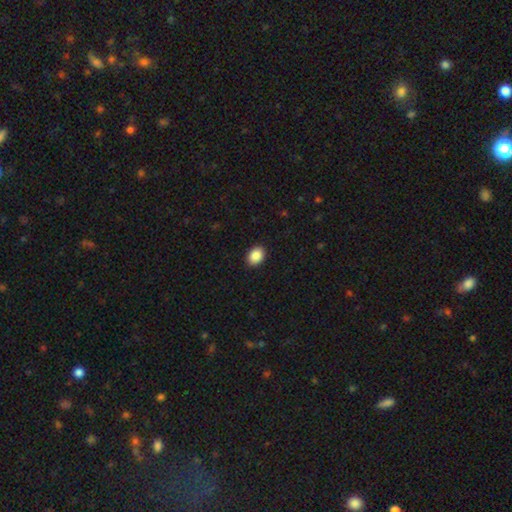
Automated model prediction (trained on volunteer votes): Smooth or featured? smooth (89%)
How rounded? in between (70%)
Merging? none (91%)